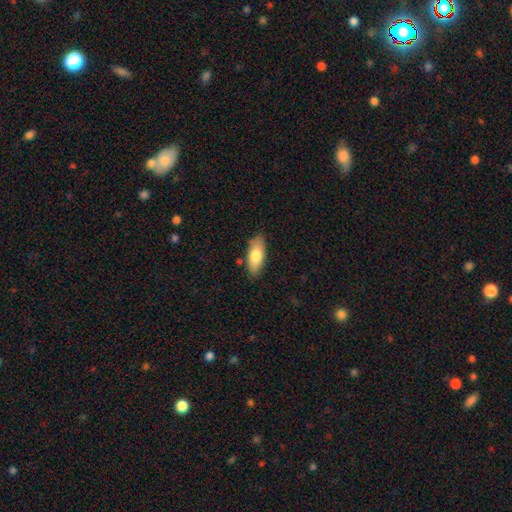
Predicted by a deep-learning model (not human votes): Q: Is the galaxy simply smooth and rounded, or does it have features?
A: smooth — 76%.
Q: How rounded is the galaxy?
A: in between — 79%.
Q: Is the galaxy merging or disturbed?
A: none — 83%.